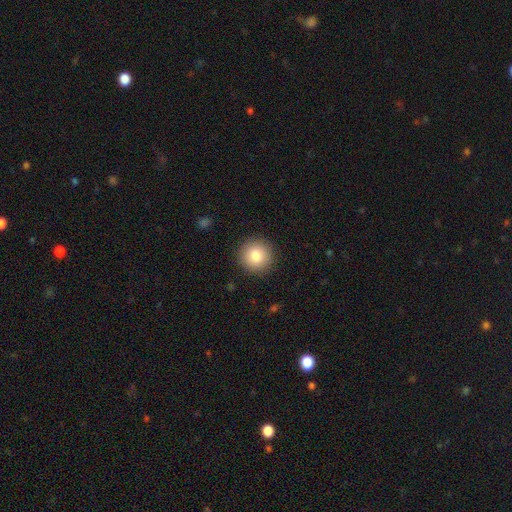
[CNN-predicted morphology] Q: Smooth or featured?
A: smooth (82%); runner-up: star or artifact (9%)
Q: How rounded?
A: round (94%); runner-up: in between (5%)
Q: Merging?
A: none (91%); runner-up: minor disturbance (6%)